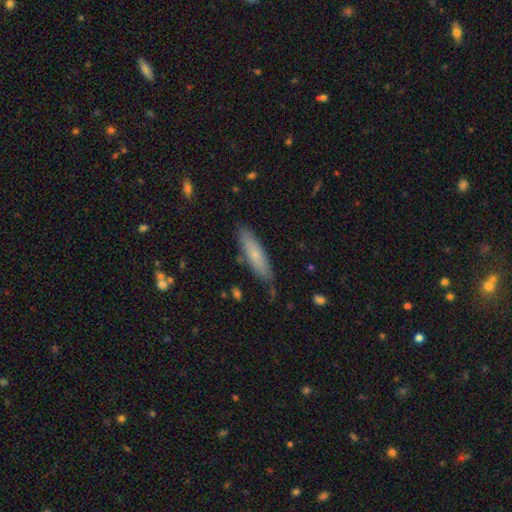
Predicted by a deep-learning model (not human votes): Smooth or featured?
  - smooth: 68% *
  - featured or disk: 26%
  - star or artifact: 6%
How rounded?
  - cigar-shaped: 73% *
  - in between: 26%
  - round: 2%
Merging?
  - none: 75% *
  - minor disturbance: 19%
  - major disturbance: 4%
  - merger: 3%